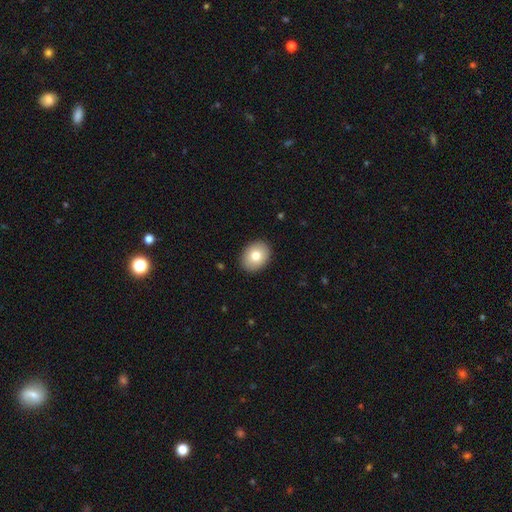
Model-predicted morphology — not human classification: type=smooth (79%); roundness=in between (56%); merging=none (90%).